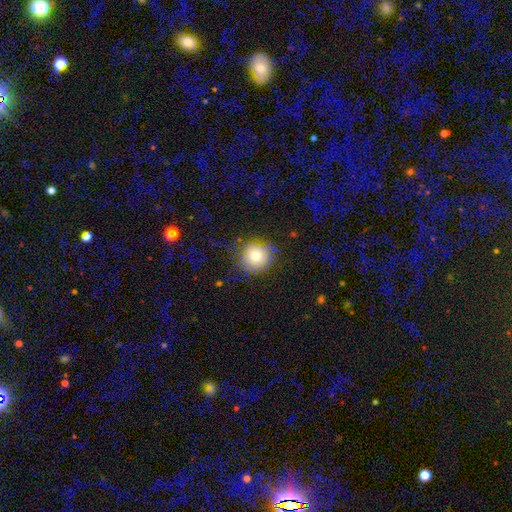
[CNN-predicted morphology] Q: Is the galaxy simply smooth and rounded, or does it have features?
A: smooth — 71%.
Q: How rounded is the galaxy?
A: round — 90%.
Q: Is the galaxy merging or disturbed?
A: none — 72%.